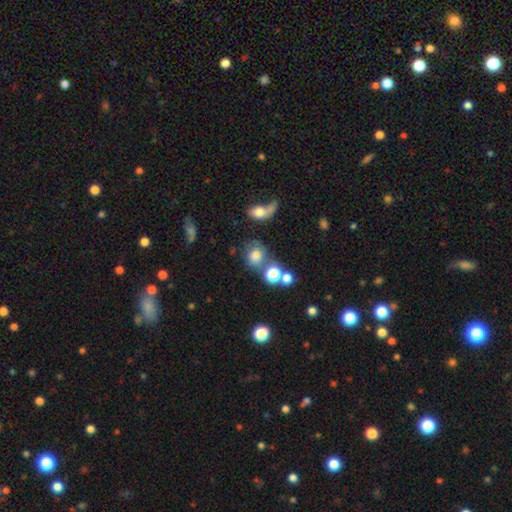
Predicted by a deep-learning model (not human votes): Smooth or featured? smooth (68%)
How rounded? round (69%)
Merging? none (44%)